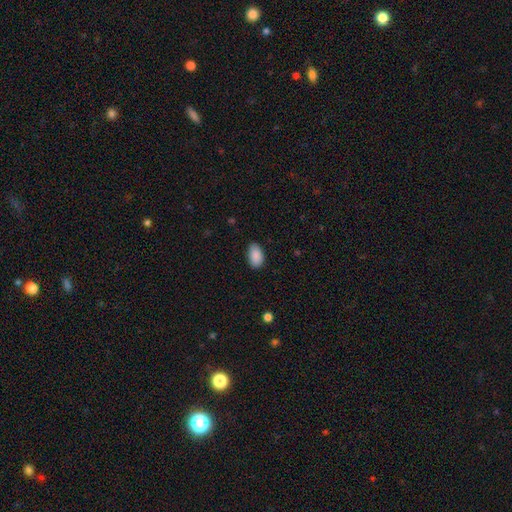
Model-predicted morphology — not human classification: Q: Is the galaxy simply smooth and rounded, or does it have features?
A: smooth — 90%.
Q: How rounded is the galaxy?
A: in between — 94%.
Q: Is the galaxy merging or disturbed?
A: none — 83%.